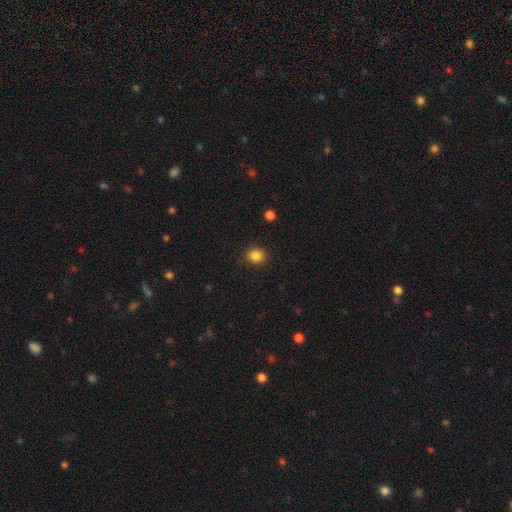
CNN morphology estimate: This appears to be a smooth galaxy with no disk features (85%) that is round (83%). Merging: none (90%).